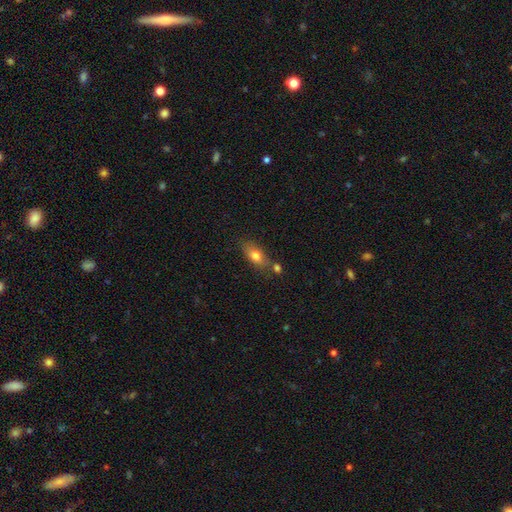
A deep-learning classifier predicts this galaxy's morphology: type=smooth (76%); roundness=in between (81%); merging=none (61%).